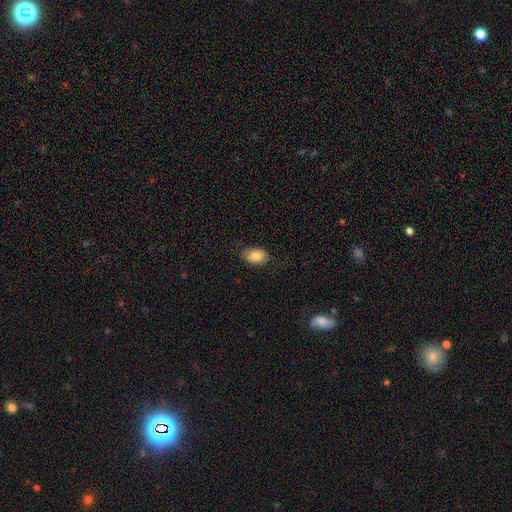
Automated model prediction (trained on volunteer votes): This is clearly a smooth galaxy (85%). How rounded: clearly in between (88%). Merging: clearly none (82%).